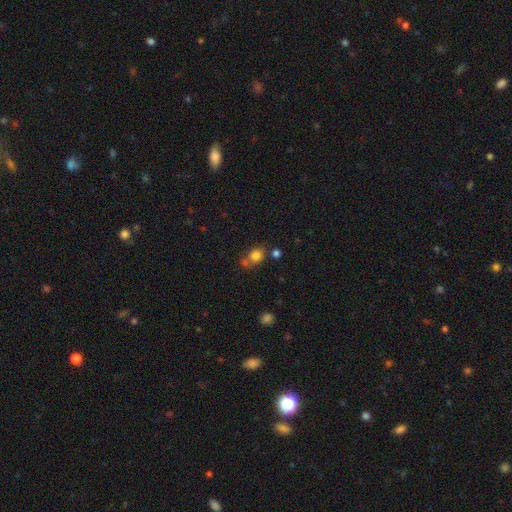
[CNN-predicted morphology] Overall: smooth (79%). How rounded: round (66%; in between 33%). Merging: none (55%; merger 26%).